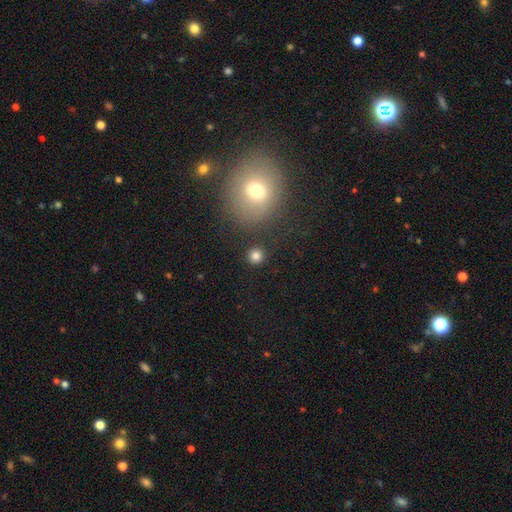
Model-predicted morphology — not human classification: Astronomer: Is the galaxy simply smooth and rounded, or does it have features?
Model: smooth — 82%.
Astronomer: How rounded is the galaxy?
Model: round — 93%.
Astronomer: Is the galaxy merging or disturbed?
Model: none — 88%.